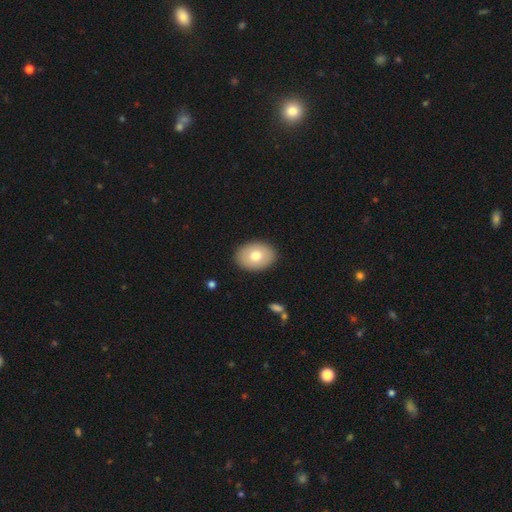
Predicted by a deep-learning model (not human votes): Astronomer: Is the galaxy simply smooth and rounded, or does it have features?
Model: smooth — 74%.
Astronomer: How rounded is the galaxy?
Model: in between — 78%.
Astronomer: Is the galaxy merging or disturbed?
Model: none — 89%.